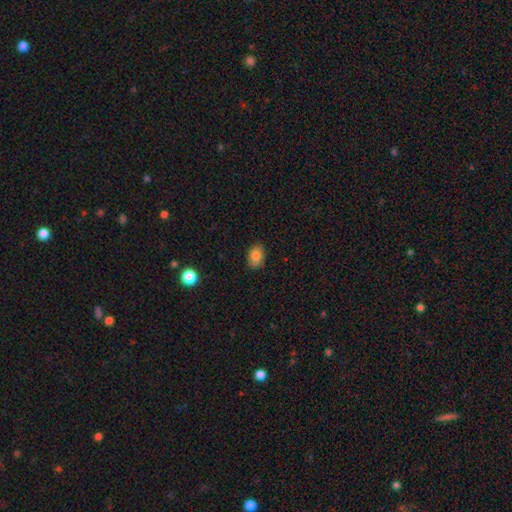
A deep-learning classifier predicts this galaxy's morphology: Q: Smooth or featured?
A: smooth (84%); runner-up: star or artifact (9%)
Q: How rounded?
A: in between (85%); runner-up: round (14%)
Q: Merging?
A: none (86%); runner-up: minor disturbance (11%)